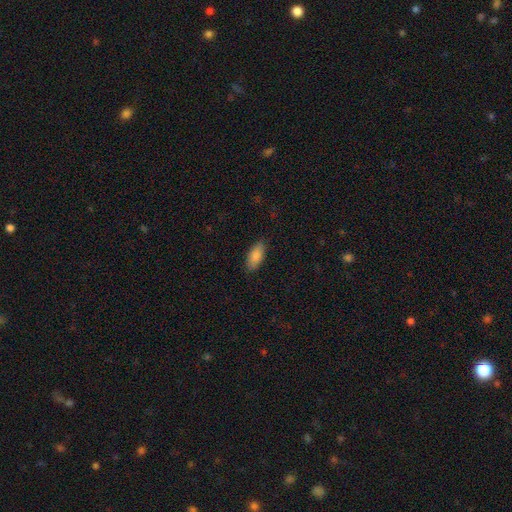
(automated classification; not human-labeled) smooth_or_featured: smooth (p=0.87) [alt: featured or disk p=0.06]
how_rounded: in between (p=0.86) [alt: cigar-shaped p=0.12]
merging: none (p=0.86) [alt: minor disturbance p=0.11]